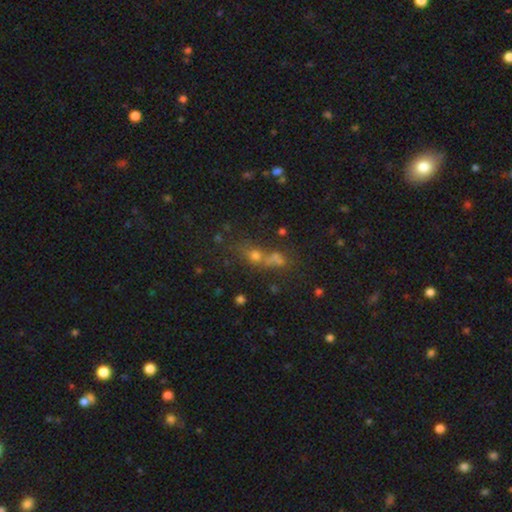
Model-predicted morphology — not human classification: This is marginally a star or artifact rather than a galaxy (41%, tied with smooth).